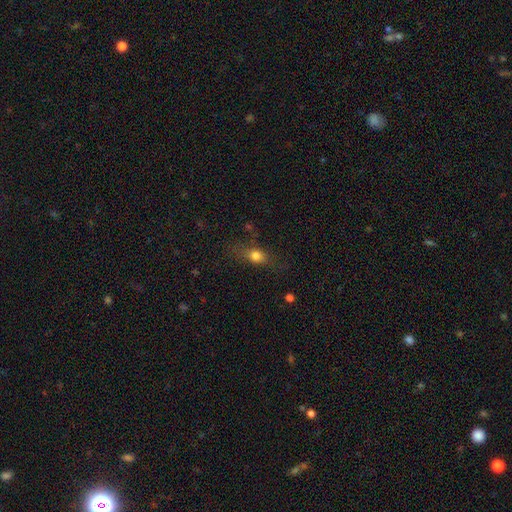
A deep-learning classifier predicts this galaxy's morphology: This appears to be a smooth galaxy with no disk features (73%) that is in between round and cigar-shaped (59%). Merging: none (65%).